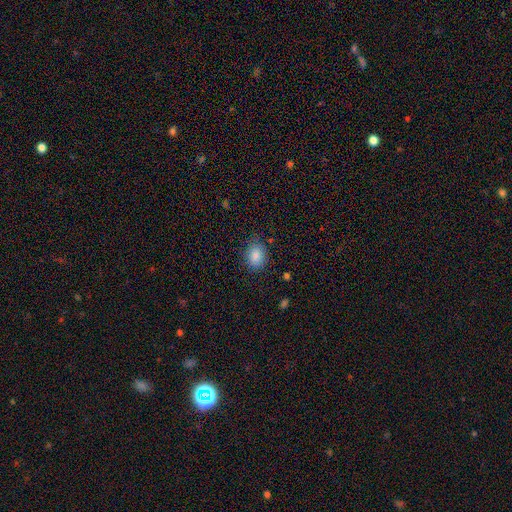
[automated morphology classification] This appears to be a smooth galaxy with no disk features (86%) that is in between round and cigar-shaped (59%). Merging: none (80%).